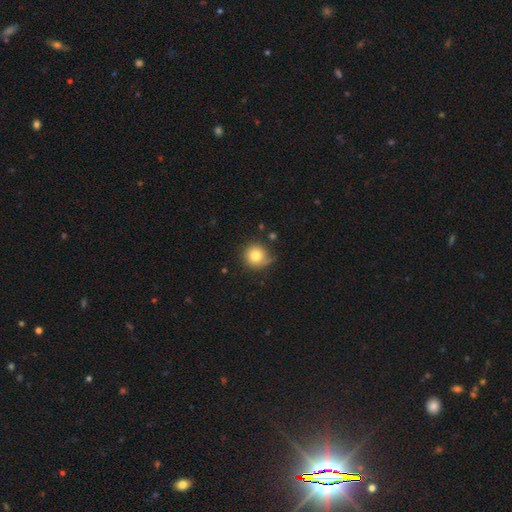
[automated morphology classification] Smooth or featured? Predicted: smooth (p=0.80). How rounded? Predicted: round (p=0.92). Merging? Predicted: none (p=0.65).